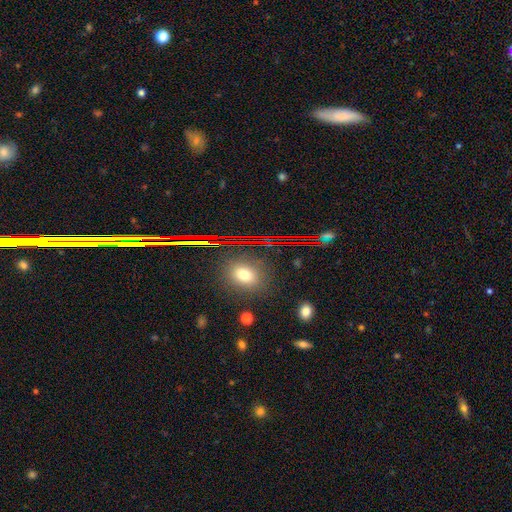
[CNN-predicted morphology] smooth 50%, star or artifact 33%, featured or disk 17%. Down the decision tree: merging — none (79%).